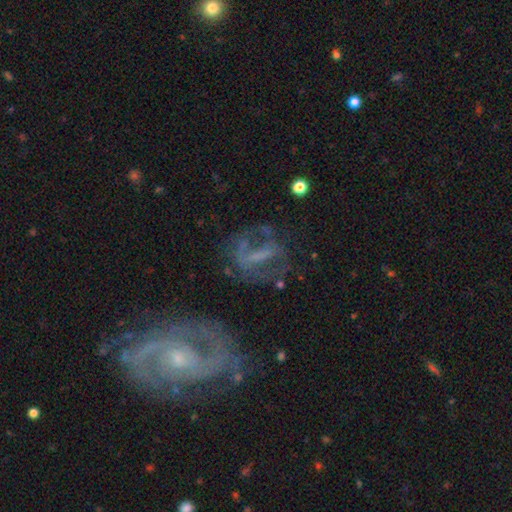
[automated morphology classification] A featured or disk galaxy (66%) with a strong bar (41%), spiral arms (70%) and no central bulge (42%).

Vote fractions:
- Smooth or featured? featured or disk: 66% / smooth: 20% / star or artifact: 14%
- Edge-on disk? no: 93% / yes: 7%
- Bar? strong: 41% / weak: 35% / no: 25%
- Spiral arms? yes: 70% / no: 30%
- Bulge size? none: 42% / small: 36% / moderate: 18% / large: 3% / dominant: 2%
- Merging? none: 52% / major disturbance: 24% / minor disturbance: 19% / merger: 5%